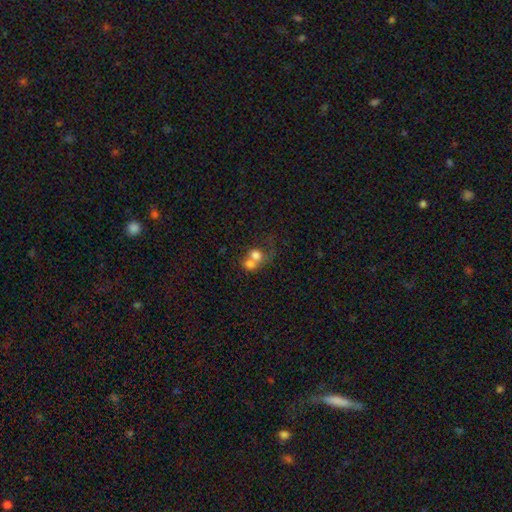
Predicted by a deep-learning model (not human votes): Smooth or featured: smooth — 71% (featured or disk — 18%)
How rounded: round — 66% (in between — 33%)
Merging: merger — 70% (none — 19%)